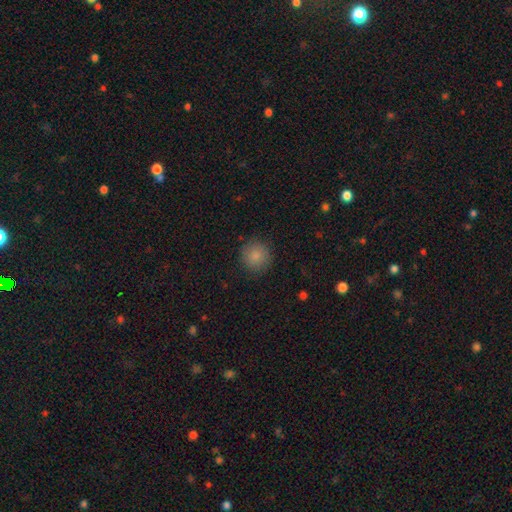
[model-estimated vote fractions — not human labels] Smooth or featured? Predicted: smooth (p=0.86). How rounded? Predicted: round (p=0.94). Merging? Predicted: none (p=0.88).